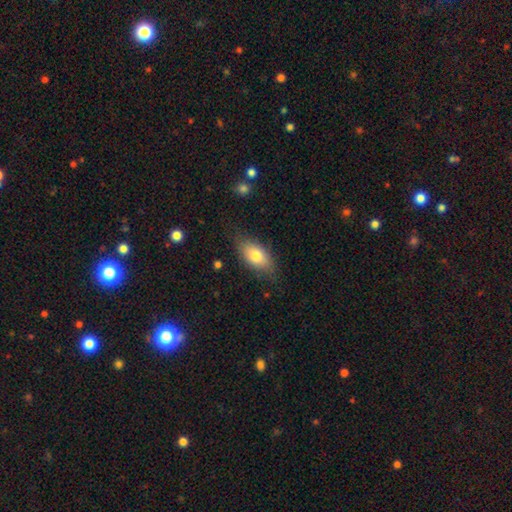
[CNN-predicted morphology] Smooth or featured? smooth (76%)
How rounded? in between (89%)
Merging? none (75%)